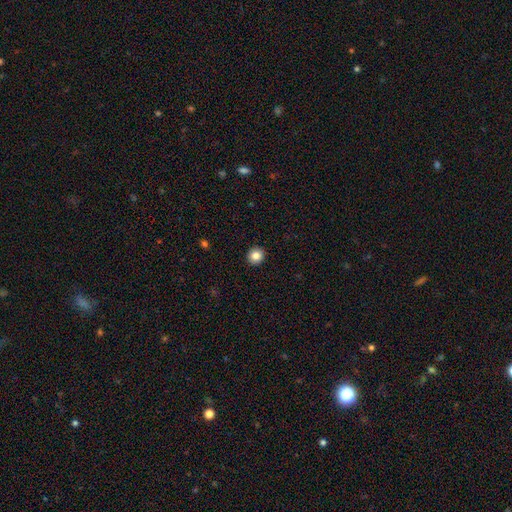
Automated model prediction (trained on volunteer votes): smooth_or_featured: smooth (p=0.83) [alt: star or artifact p=0.10]
how_rounded: round (p=0.91) [alt: in between p=0.08]
merging: none (p=0.93) [alt: minor disturbance p=0.05]